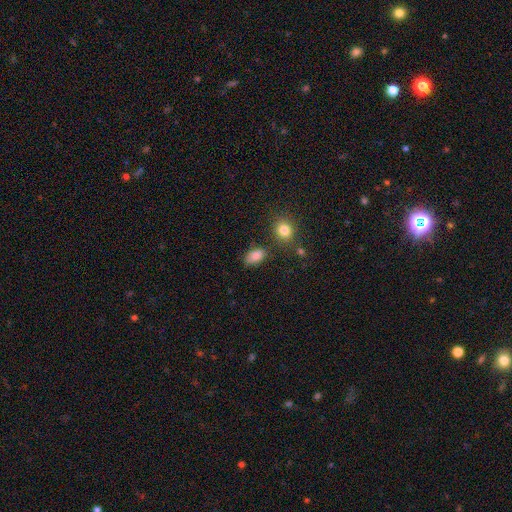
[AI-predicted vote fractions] Morphology: type=smooth (85%); roundness=in between (86%); merging=none (69%).